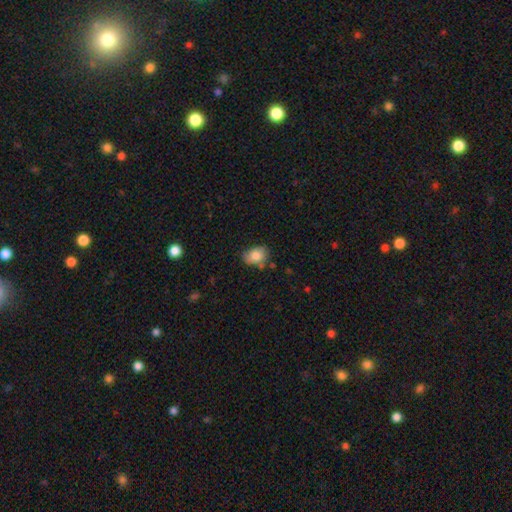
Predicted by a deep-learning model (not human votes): smooth-or-featured: smooth: 80% | featured or disk: 12% | star or artifact: 8%
  how-rounded: in between: 71% | round: 28% | cigar-shaped: 1%
  merging: none: 61% | minor disturbance: 28% | major disturbance: 6% | merger: 5%